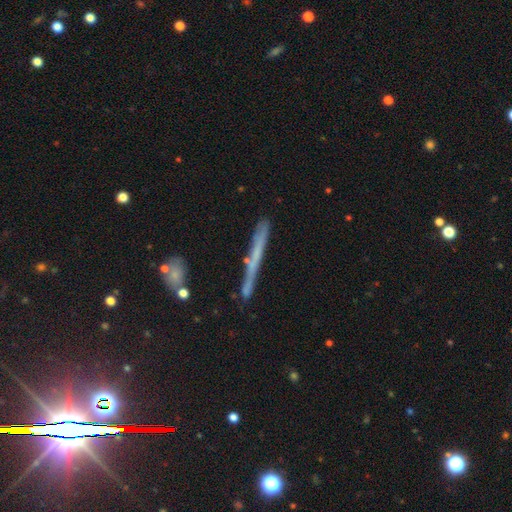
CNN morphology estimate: Q: Smooth or featured?
A: featured or disk (47%); runner-up: smooth (41%)
Q: Merging?
A: none (76%); runner-up: minor disturbance (16%)